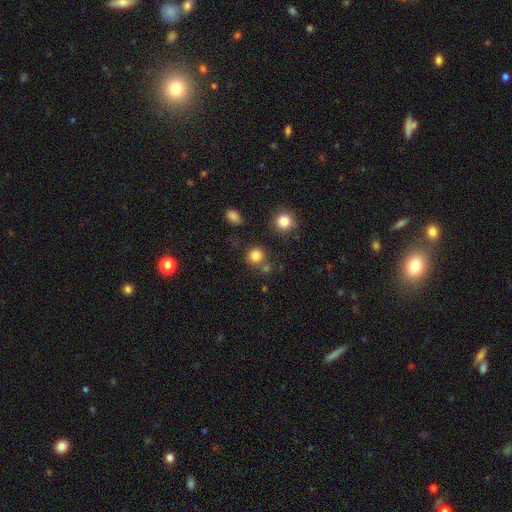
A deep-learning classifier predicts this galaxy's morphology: Smooth or featured: smooth — 82% (star or artifact — 13%)
How rounded: round — 91% (in between — 8%)
Merging: none — 77% (merger — 11%)